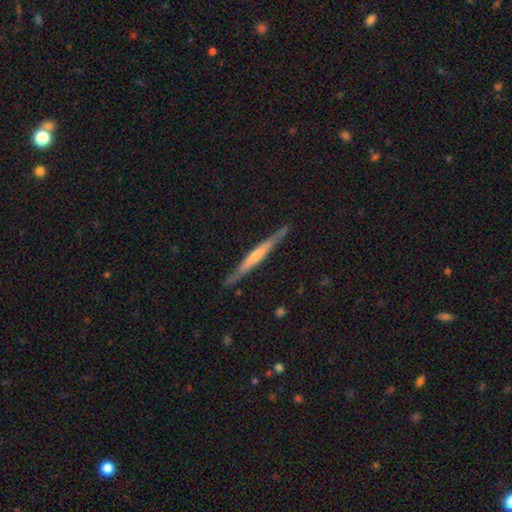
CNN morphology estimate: Overall: featured or disk (75%). Edge-on disk: yes (98%). Edge-on bulge: rounded (59%; none 29%). Merging: none (90%).